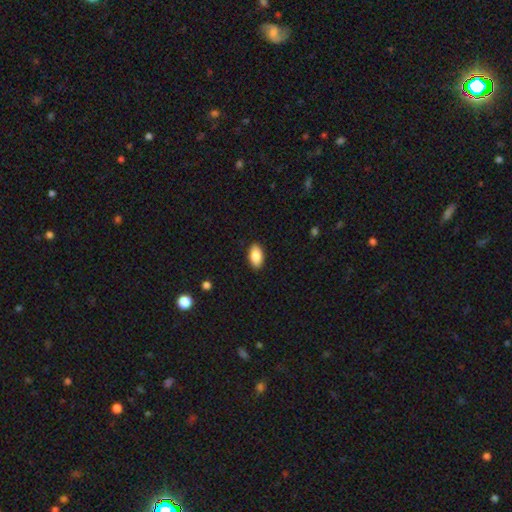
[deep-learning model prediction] Q: Smooth or featured?
A: smooth (87%); runner-up: star or artifact (7%)
Q: How rounded?
A: in between (94%); runner-up: round (4%)
Q: Merging?
A: none (89%); runner-up: minor disturbance (8%)